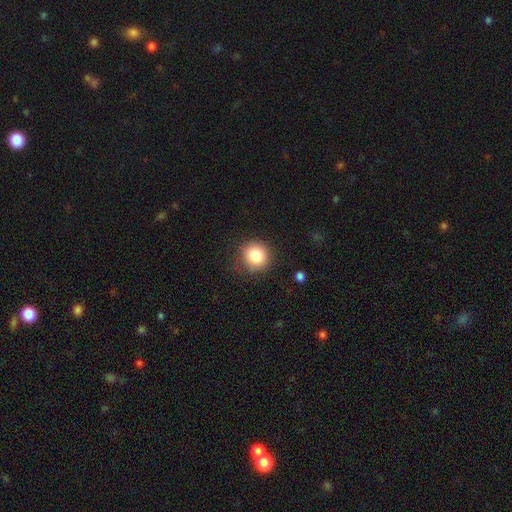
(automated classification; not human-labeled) Smooth or featured? Predicted: smooth (p=0.82). How rounded? Predicted: round (p=0.91). Merging? Predicted: none (p=0.84).